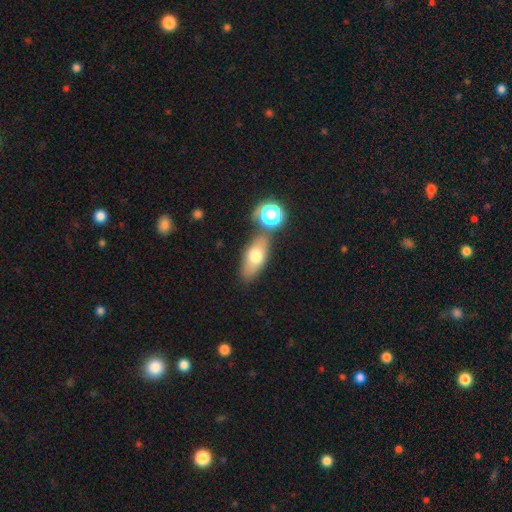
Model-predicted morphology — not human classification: Smooth or featured?
  - smooth: 67% *
  - featured or disk: 23%
  - star or artifact: 10%
How rounded?
  - in between: 78% *
  - cigar-shaped: 14%
  - round: 8%
Merging?
  - none: 71% *
  - merger: 13%
  - minor disturbance: 12%
  - major disturbance: 4%